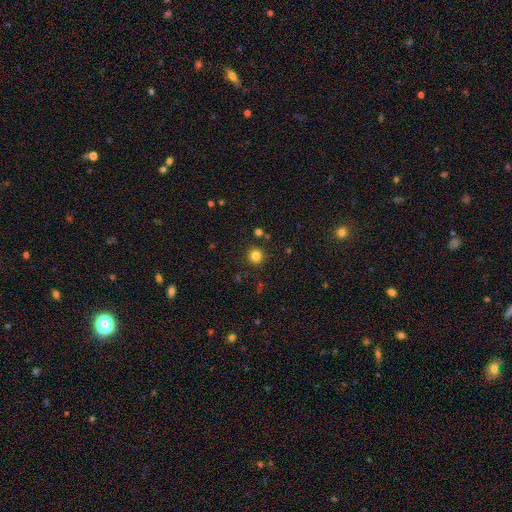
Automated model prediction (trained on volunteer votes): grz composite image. It shows a smooth galaxy with no disk features (82%) that is round (94%). Merging: none (89%).